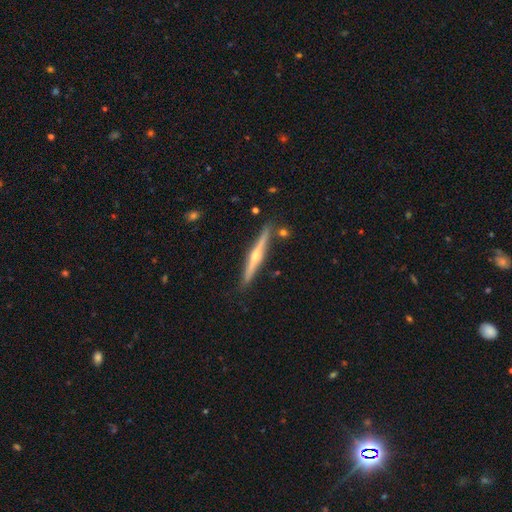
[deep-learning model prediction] Overall: featured or disk (74%). Edge-on disk: yes (97%). Edge-on bulge: rounded (86%). Merging: none (86%).